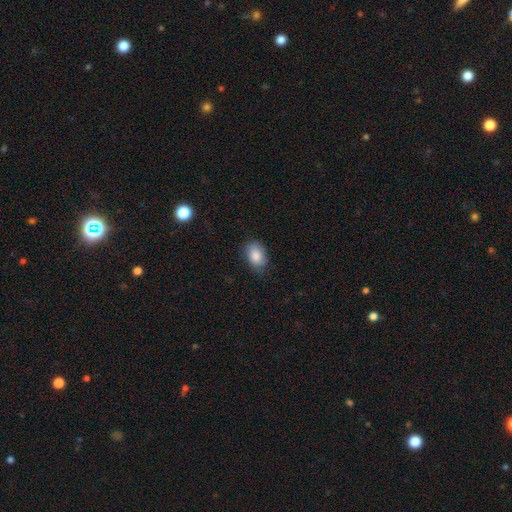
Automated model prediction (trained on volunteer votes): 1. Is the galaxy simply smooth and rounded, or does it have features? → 86% smooth, 7% star or artifact, 7% featured or disk.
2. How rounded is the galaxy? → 83% in between, 16% round, 1% cigar-shaped.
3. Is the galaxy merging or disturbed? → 78% none, 17% minor disturbance, 4% major disturbance, 1% merger.